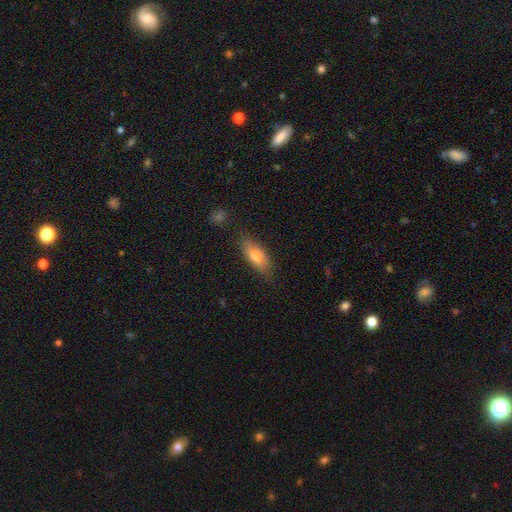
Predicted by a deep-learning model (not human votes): This is likely a smooth galaxy (72%). How rounded: likely in between (74%). Merging: likely none (77%).